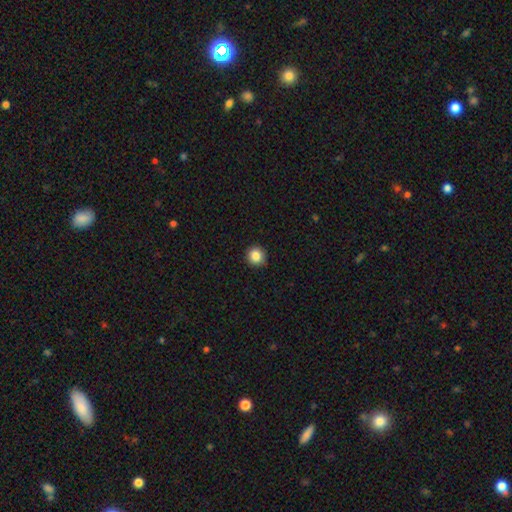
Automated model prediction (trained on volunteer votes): Smooth or featured?
  - smooth: 86% *
  - star or artifact: 10%
  - featured or disk: 4%
How rounded?
  - round: 93% *
  - in between: 6%
  - cigar-shaped: 1%
Merging?
  - none: 91% *
  - minor disturbance: 6%
  - major disturbance: 2%
  - merger: 1%